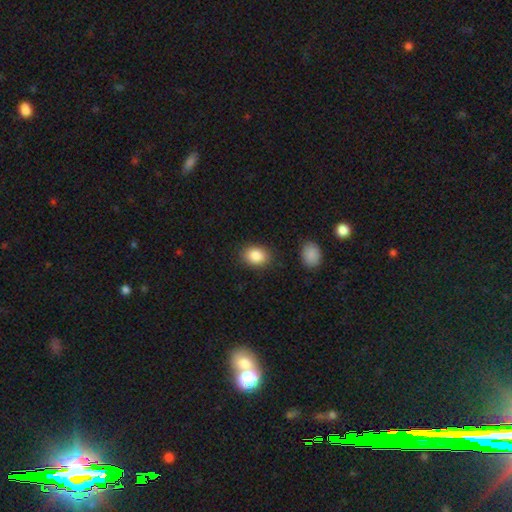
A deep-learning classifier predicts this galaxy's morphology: A smooth galaxy with no disk features (86%) that is in between round and cigar-shaped (66%). Merging: none (85%).